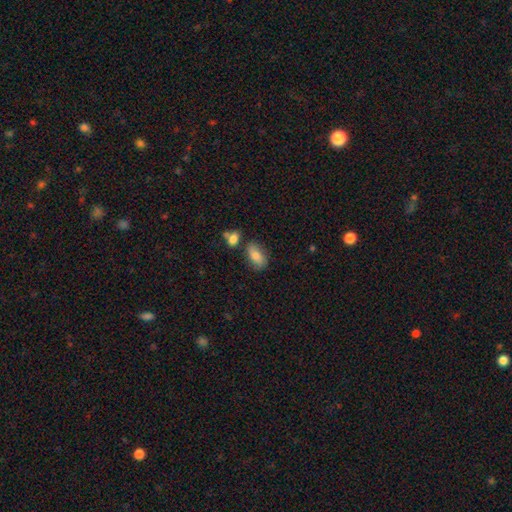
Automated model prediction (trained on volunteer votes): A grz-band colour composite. It shows a smooth galaxy with no disk features (79%) that is in between round and cigar-shaped (90%). Merging: none (68%).